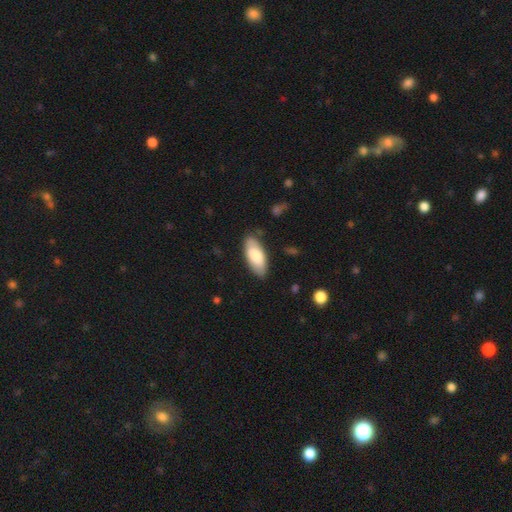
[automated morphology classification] smooth-or-featured: smooth: 77% | featured or disk: 18% | star or artifact: 5%
  how-rounded: in between: 86% | cigar-shaped: 13% | round: 2%
  merging: none: 82% | minor disturbance: 13% | major disturbance: 3% | merger: 1%